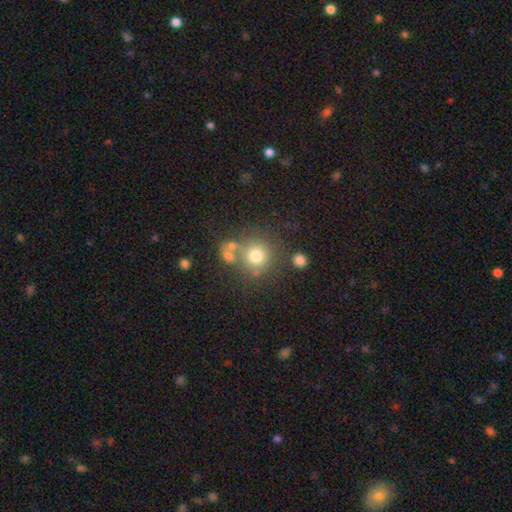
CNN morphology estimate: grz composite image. It shows a smooth galaxy with no disk features (73%) that is round (90%). Merging: none (63%).